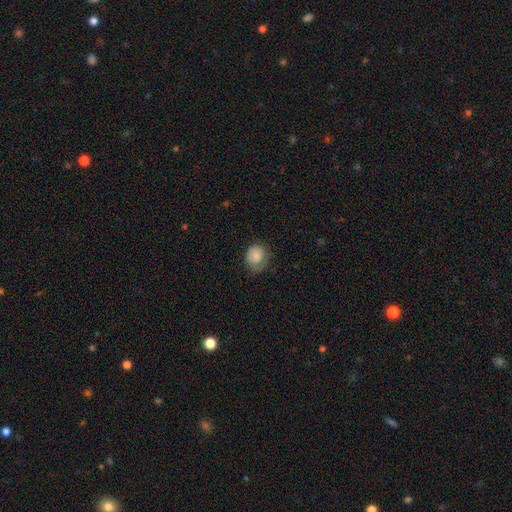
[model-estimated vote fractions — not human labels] A smooth galaxy with no disk features (81%) that is round (67%). Merging: none (53%).